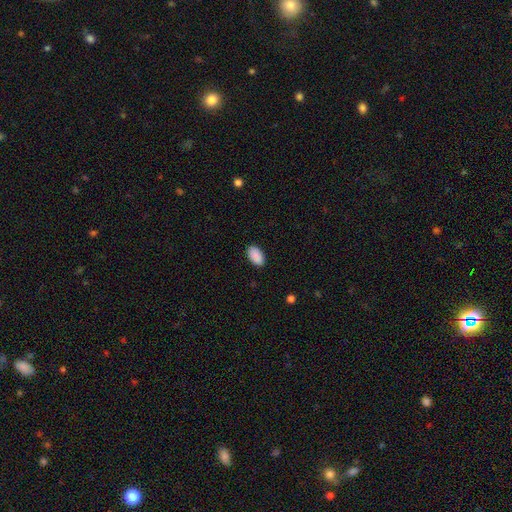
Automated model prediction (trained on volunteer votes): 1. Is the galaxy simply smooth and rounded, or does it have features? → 91% smooth, 7% star or artifact, 3% featured or disk.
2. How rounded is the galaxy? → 95% in between, 3% round, 2% cigar-shaped.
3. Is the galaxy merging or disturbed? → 89% none, 8% minor disturbance, 2% major disturbance, 1% merger.